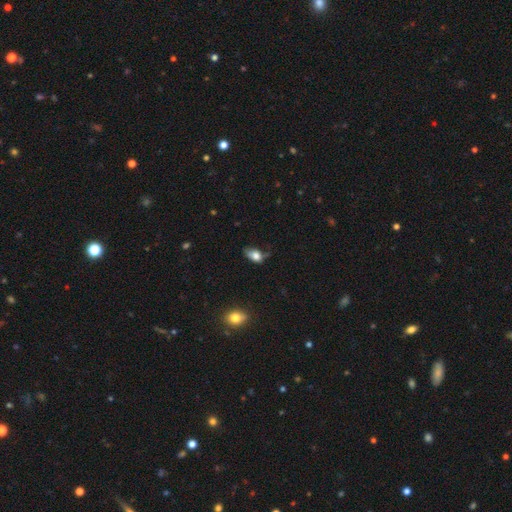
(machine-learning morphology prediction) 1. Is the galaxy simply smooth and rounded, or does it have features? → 77% smooth, 13% featured or disk, 10% star or artifact.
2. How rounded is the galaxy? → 84% in between, 13% round, 3% cigar-shaped.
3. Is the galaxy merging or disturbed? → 39% minor disturbance (tied), 39% none (tied), 17% major disturbance, 5% merger.